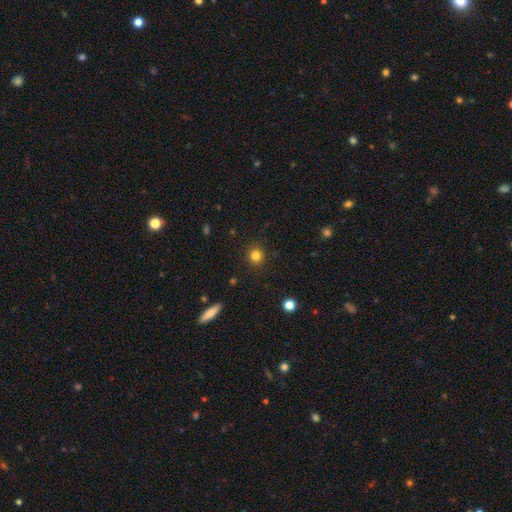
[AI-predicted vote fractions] Smooth or featured: smooth — 82% (star or artifact — 13%)
How rounded: round — 90% (in between — 9%)
Merging: none — 90% (minor disturbance — 6%)